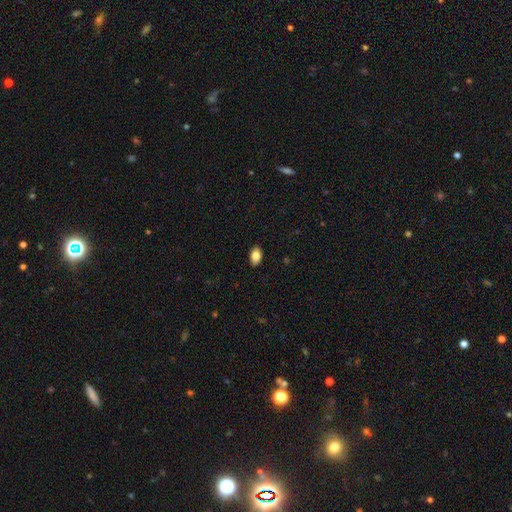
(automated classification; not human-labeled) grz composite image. It shows a smooth galaxy with no disk features (85%) that is in between round and cigar-shaped (91%). Merging: none (89%).